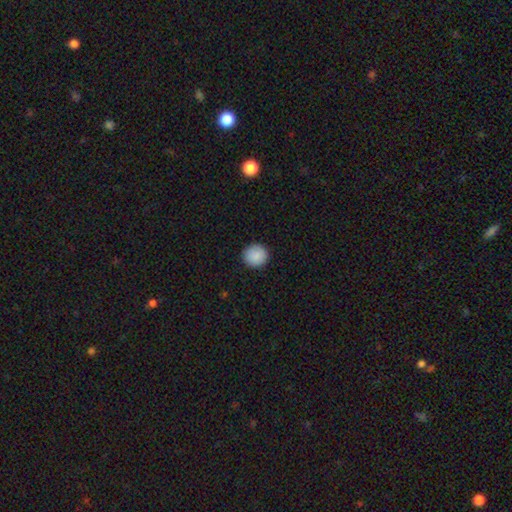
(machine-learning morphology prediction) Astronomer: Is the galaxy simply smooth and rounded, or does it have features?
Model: smooth — 90%.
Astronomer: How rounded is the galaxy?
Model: round — 92%.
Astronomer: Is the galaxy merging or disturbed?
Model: none — 92%.